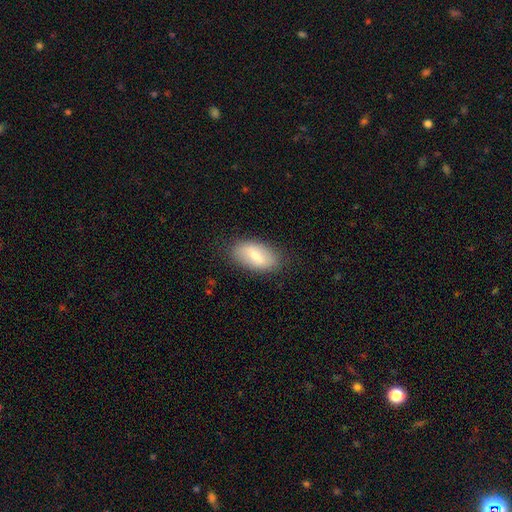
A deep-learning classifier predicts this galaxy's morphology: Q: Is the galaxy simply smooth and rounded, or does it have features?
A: smooth — 68%.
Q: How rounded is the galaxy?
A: in between — 92%.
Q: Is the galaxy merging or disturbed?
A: none — 81%.